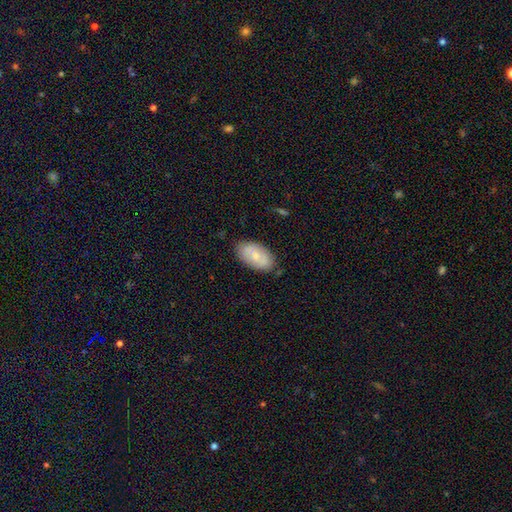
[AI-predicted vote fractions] Smooth or featured?
  - smooth: 64% *
  - featured or disk: 29%
  - star or artifact: 7%
How rounded?
  - in between: 94% *
  - round: 4%
  - cigar-shaped: 2%
Merging?
  - none: 80% *
  - minor disturbance: 15%
  - major disturbance: 3%
  - merger: 2%